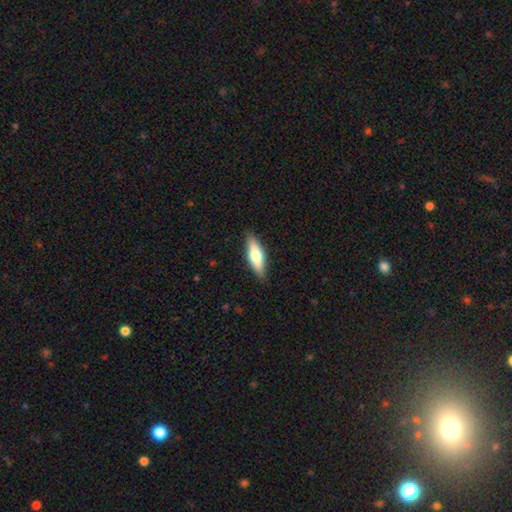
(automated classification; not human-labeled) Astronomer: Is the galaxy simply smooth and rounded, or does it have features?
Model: smooth — 60%.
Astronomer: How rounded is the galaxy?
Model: cigar-shaped — 53% (runner-up: in between, 45%).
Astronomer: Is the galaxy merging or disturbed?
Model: none — 87%.